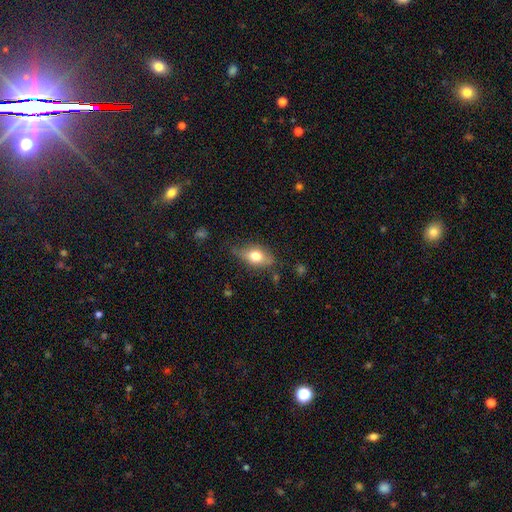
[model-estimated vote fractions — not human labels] Smooth or featured? smooth (64%)
How rounded? in between (79%)
Merging? none (68%)